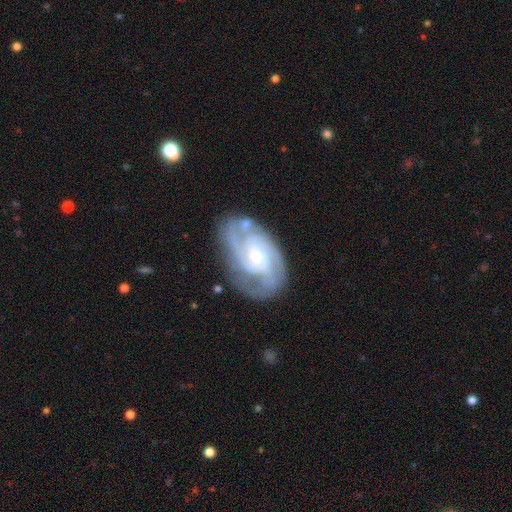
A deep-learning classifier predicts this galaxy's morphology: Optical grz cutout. It shows a featured or disk galaxy (84%) with no bar (61%), 2 (33%) tight (54%) spiral arms (96%) and a small central bulge (55%). Merging: none (72%).